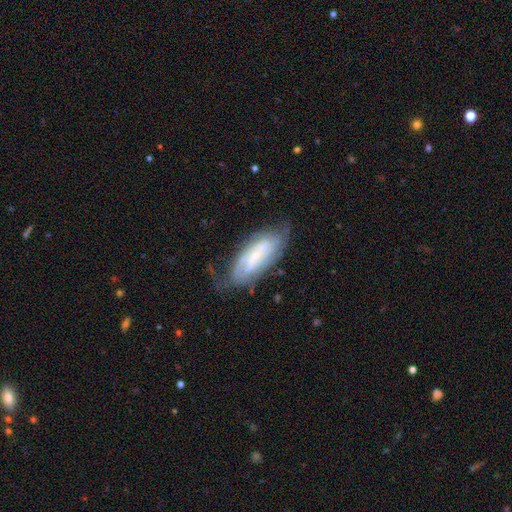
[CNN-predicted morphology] This appears to be a featured or disk galaxy (72%) with no bar (44%), tight (56%) spiral arms (85%) and a small central bulge (73%). Merging: none (61%).